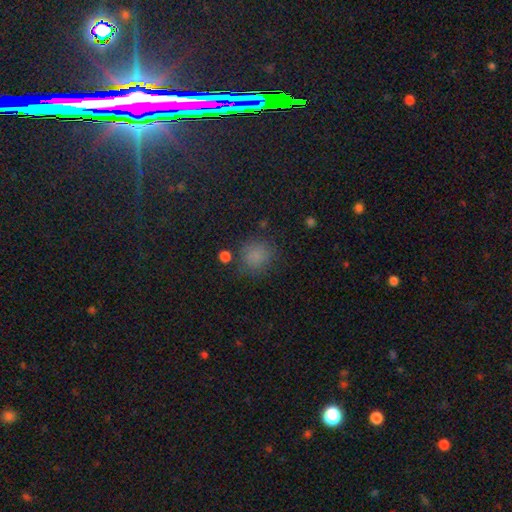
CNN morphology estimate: Smooth or featured: smooth — 76% (star or artifact — 17%)
How rounded: round — 79% (in between — 20%)
Merging: none — 74% (minor disturbance — 16%)